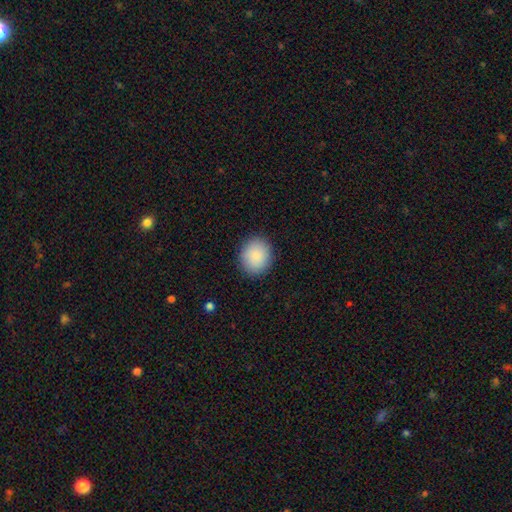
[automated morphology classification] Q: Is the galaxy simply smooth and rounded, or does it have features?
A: smooth — 89%.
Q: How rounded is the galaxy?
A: round — 76%.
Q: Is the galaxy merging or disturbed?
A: none — 90%.